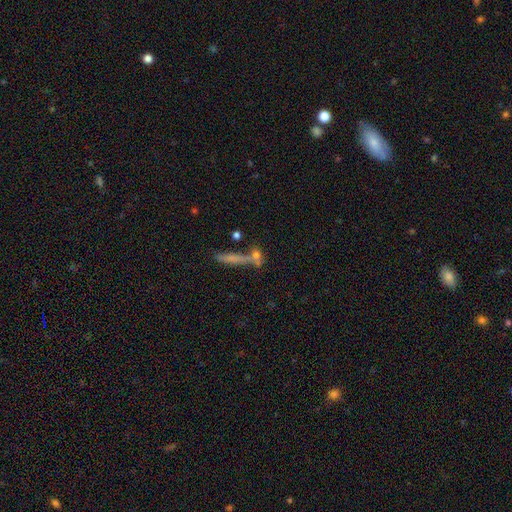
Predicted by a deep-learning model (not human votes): smooth 45%, featured or disk 30%, star or artifact 25%. Down the decision tree: merging — none (52%).